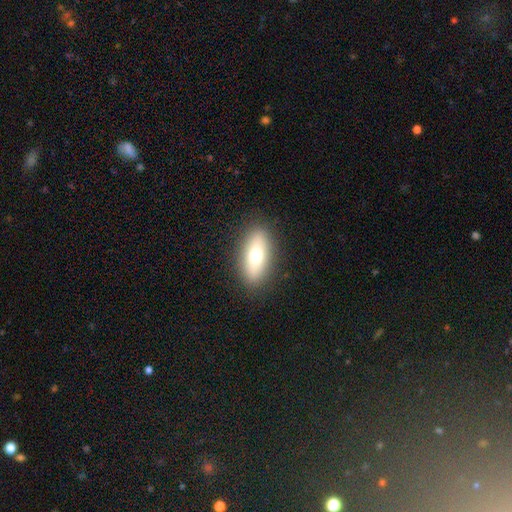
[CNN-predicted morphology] The model was most divided on "smooth or featured": smooth: 67%, featured or disk: 26%, star or artifact: 7%. More confident: merging — none (89%); how rounded — in between (77%).